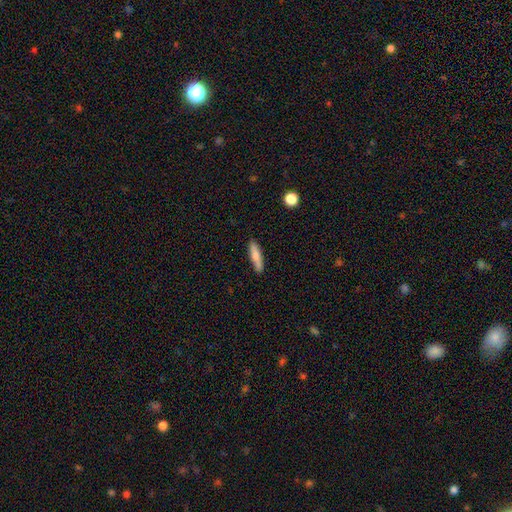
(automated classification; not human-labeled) Smooth or featured? Predicted: smooth (p=0.74). How rounded? Predicted: cigar-shaped (p=0.80). Merging? Predicted: none (p=0.86).